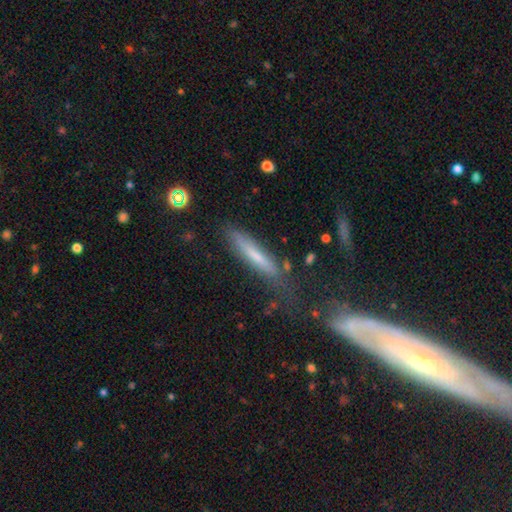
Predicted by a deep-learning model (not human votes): Smooth or featured: smooth — 61% (featured or disk — 31%)
How rounded: cigar-shaped — 90% (in between — 9%)
Merging: none — 70% (minor disturbance — 18%)